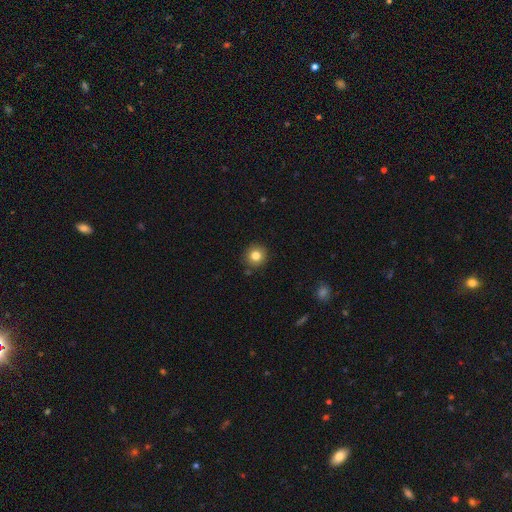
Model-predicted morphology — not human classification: This appears to be a smooth galaxy with no disk features (81%) that is round (93%). Merging: none (89%).